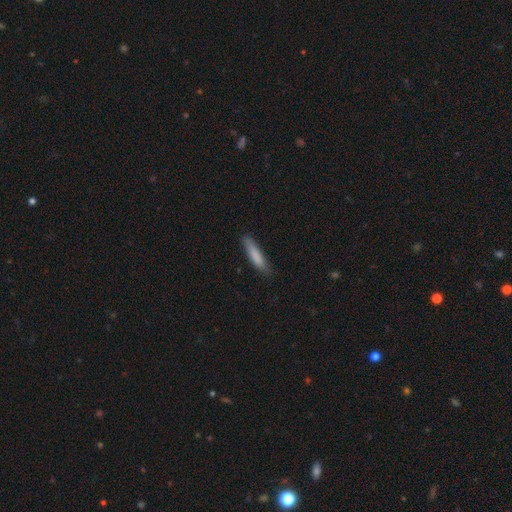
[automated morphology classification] This is clearly a smooth galaxy (82%). How rounded: clearly cigar-shaped (84%). Merging: likely none (80%).